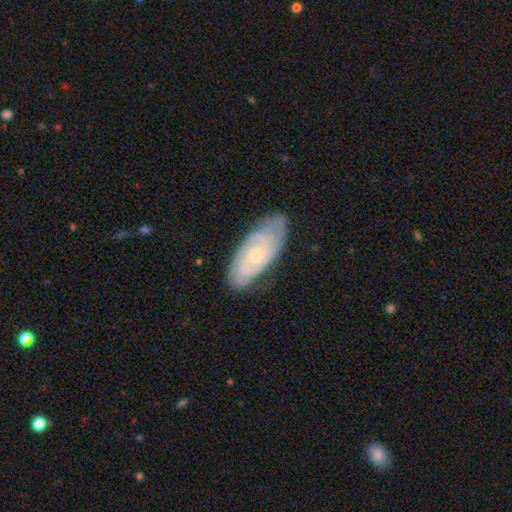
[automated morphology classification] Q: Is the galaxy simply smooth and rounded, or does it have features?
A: featured or disk — 83%.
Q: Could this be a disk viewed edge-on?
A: no — 95%.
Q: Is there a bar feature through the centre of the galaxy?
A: no — 71%.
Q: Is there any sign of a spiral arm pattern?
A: yes — 97%.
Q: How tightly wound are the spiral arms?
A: tight — 72%.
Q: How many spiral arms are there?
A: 2 — 36%.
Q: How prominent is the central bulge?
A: small — 75%.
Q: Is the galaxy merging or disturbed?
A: none — 75%.